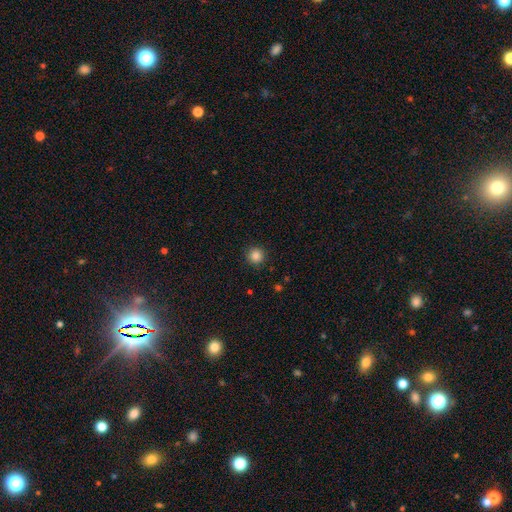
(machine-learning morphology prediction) type=smooth (85%); roundness=round (96%); merging=none (92%).